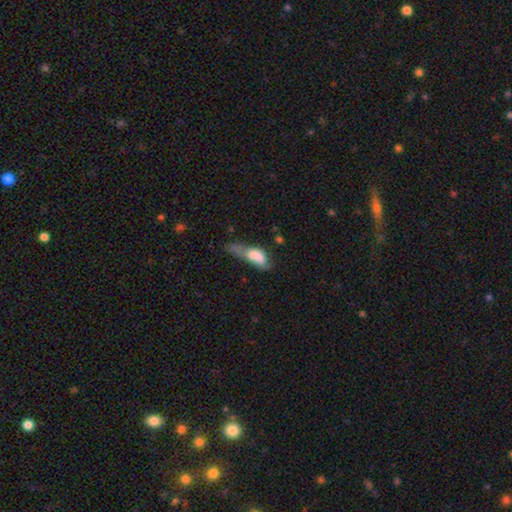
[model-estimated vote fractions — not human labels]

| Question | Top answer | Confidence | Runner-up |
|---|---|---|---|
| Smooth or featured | smooth | 67% | featured or disk (24%) |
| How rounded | in between | 69% | cigar-shaped (26%) |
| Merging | major disturbance | 38% | minor disturbance (27%) |